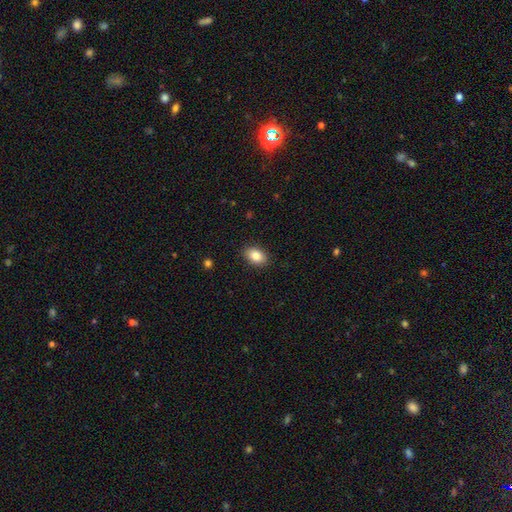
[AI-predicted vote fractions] Morphology: type=smooth (86%); roundness=in between (85%); merging=none (88%).